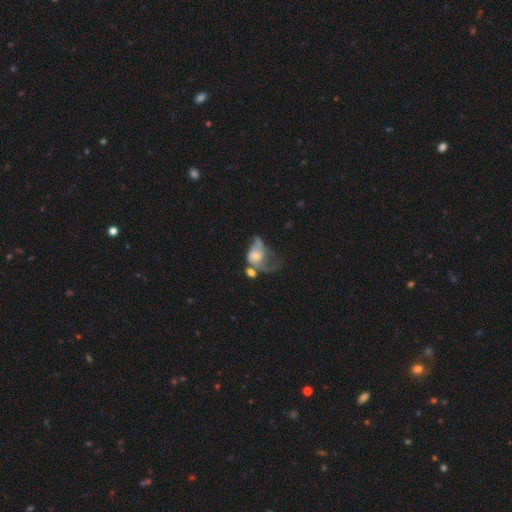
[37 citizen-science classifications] Volunteers were most divided on "bulge size": moderate: 50%, small: 27%, large: 9%, none: 9%, dominant: 5%. More confident: edge-on disk — no (96%); bar — no (86%); spiral arm count — 2 (81%); spiral arms — yes (73%); spiral winding — loose (62%); smooth or featured — featured or disk (62%); merging — major disturbance (50%).